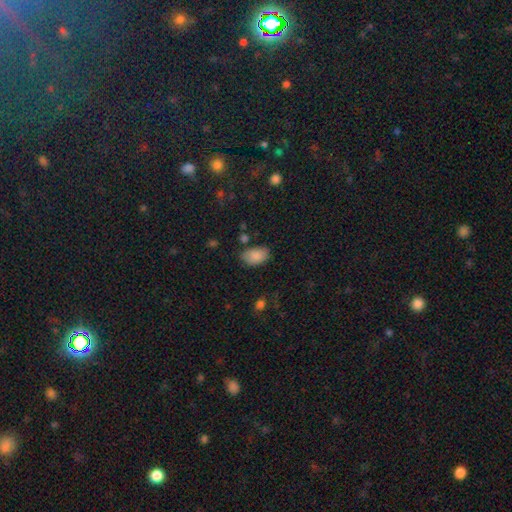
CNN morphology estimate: smooth-or-featured: smooth: 87% | star or artifact: 7% | featured or disk: 6%
  how-rounded: in between: 91% | round: 8% | cigar-shaped: 1%
  merging: none: 73% | minor disturbance: 19% | major disturbance: 4% | merger: 3%